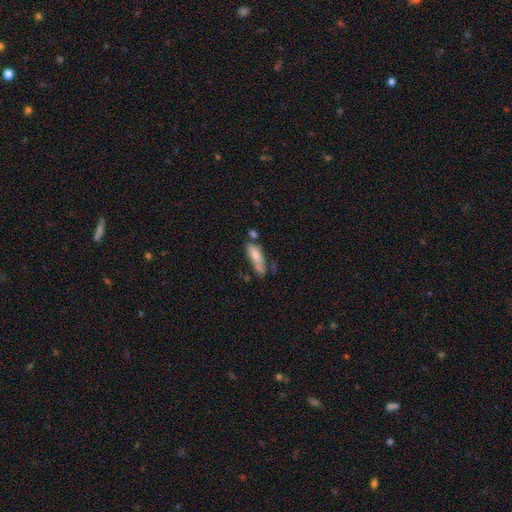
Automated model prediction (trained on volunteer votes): The model was most divided on "merging": none: 39%, minor disturbance: 29%, merger: 19%, major disturbance: 14%. More confident: smooth or featured — smooth (69%); how rounded — in between (56%).